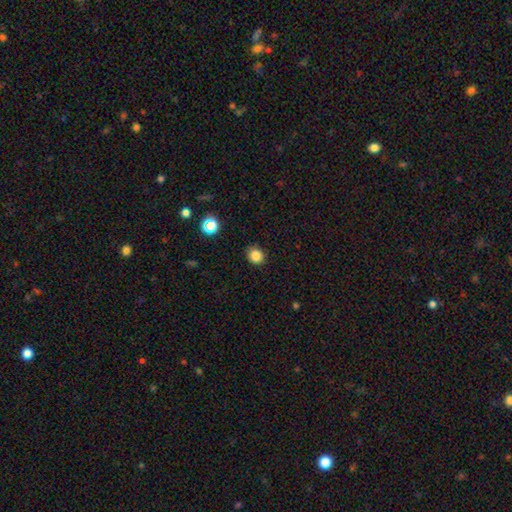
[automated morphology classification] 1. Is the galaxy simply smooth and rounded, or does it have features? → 84% smooth, 12% star or artifact, 4% featured or disk.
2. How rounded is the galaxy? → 76% round, 23% in between, 1% cigar-shaped.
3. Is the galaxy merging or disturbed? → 86% none, 10% minor disturbance, 2% major disturbance, 1% merger.